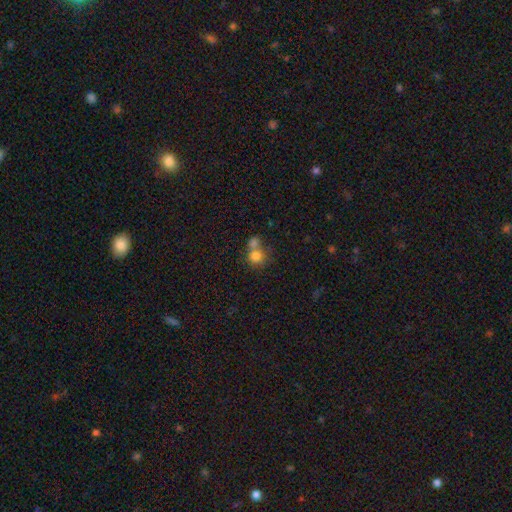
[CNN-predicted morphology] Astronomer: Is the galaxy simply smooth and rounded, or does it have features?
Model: smooth — 78%.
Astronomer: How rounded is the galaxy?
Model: round — 82%.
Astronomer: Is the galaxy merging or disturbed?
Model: merger — 50% (runner-up: none, 38%).